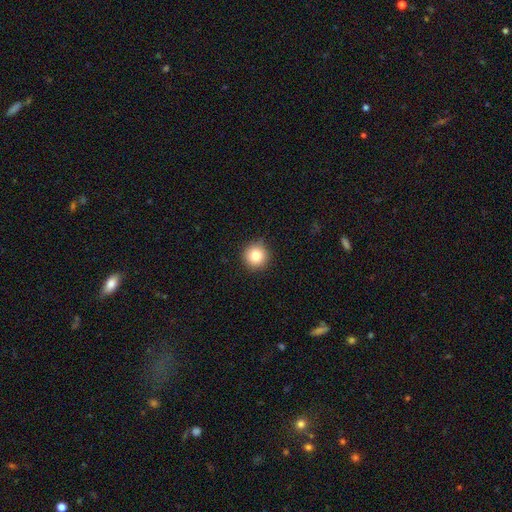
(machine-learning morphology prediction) Overall: smooth (82%). How rounded: round (95%). Merging: none (89%).